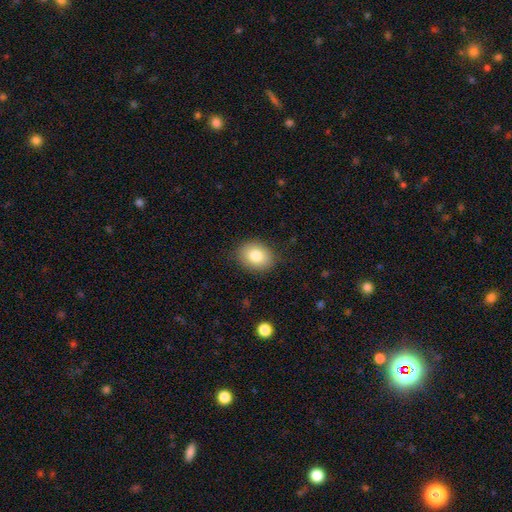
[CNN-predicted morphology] A smooth galaxy with no disk features (82%) that is in between round and cigar-shaped (53%).

Vote fractions:
- Smooth or featured? smooth: 82% / featured or disk: 10% / star or artifact: 9%
- How rounded? in between: 53% / round: 46% / cigar-shaped: 1%
- Merging? none: 85% / minor disturbance: 11% / major disturbance: 3% / merger: 1%